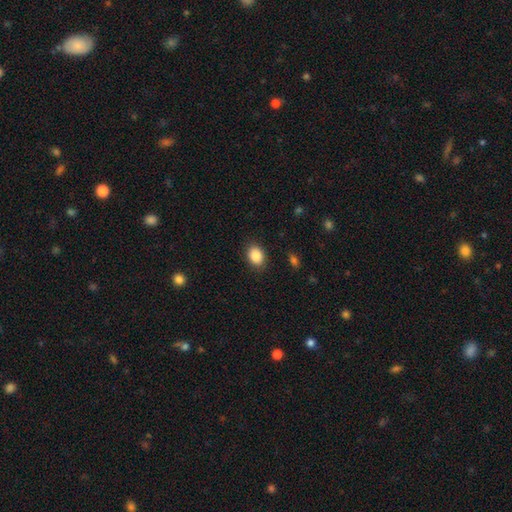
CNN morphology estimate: The model was most divided on "how rounded": in between: 69%, round: 30%, cigar-shaped: 1%. More confident: smooth or featured — smooth (88%); merging — none (87%).